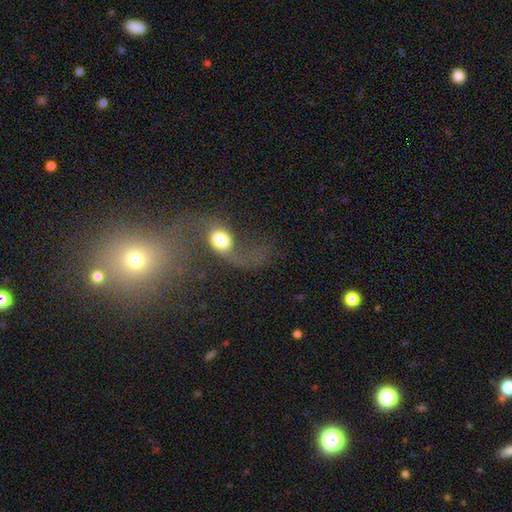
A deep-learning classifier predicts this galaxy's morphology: The model was most divided on "merging": merger: 41%, none: 25%, major disturbance: 23%, minor disturbance: 11%. More confident: edge-on disk — no (95%); spiral arms — yes (79%); bar — no (63%); smooth or featured — featured or disk (59%); bulge size — moderate (50%).